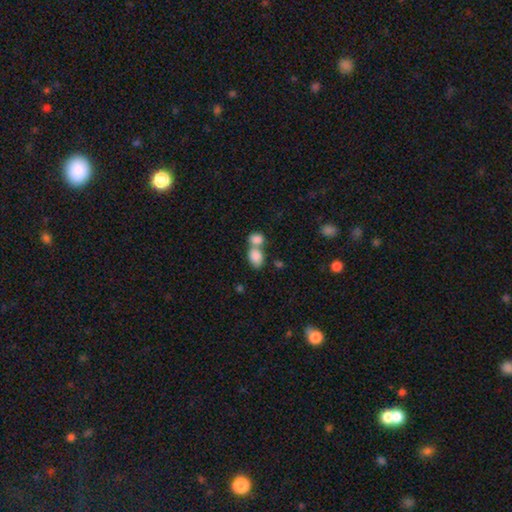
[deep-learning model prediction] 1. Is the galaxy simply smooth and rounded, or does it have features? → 85% smooth, 8% featured or disk, 7% star or artifact.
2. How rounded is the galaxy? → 78% in between, 20% round, 1% cigar-shaped.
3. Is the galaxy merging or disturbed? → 63% merger, 27% none, 7% minor disturbance, 4% major disturbance.